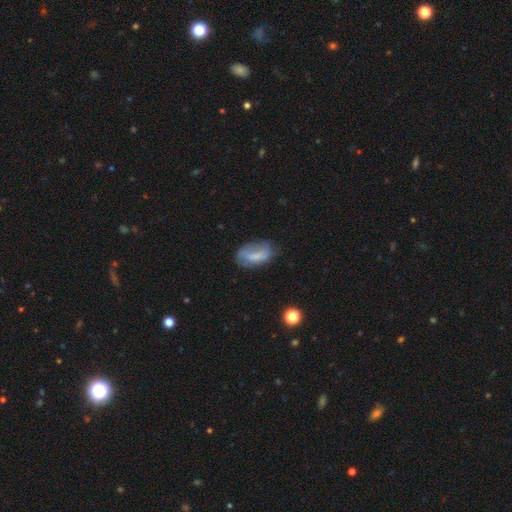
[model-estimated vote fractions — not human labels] smooth-or-featured: smooth: 60% | featured or disk: 31% | star or artifact: 9%
  how-rounded: in between: 88% | cigar-shaped: 6% | round: 6%
  merging: none: 51% | minor disturbance: 29% | major disturbance: 16% | merger: 3%